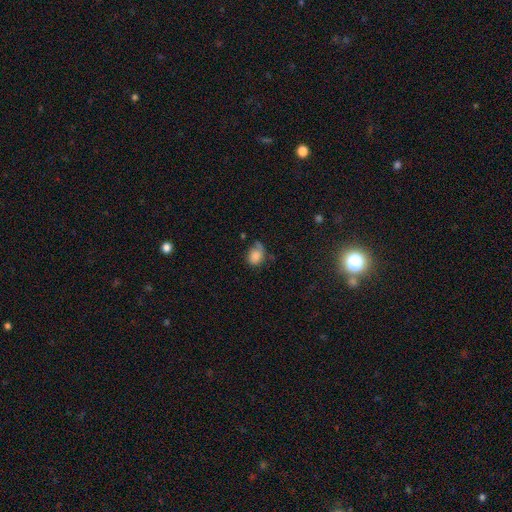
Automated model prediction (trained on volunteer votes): Smooth or featured? Predicted: smooth (p=0.80). How rounded? Predicted: round (p=0.50). Merging? Predicted: none (p=0.43).